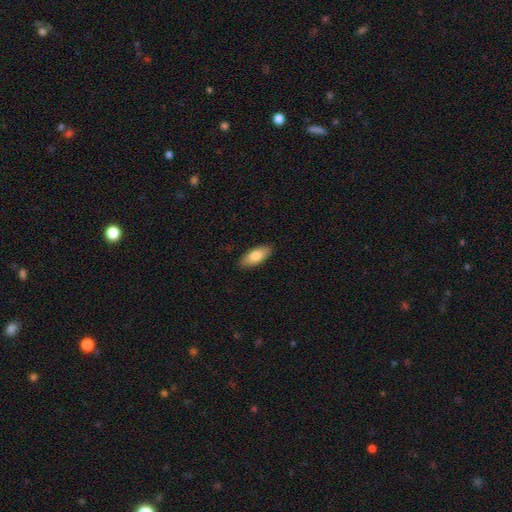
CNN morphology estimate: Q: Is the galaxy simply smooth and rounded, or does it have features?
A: smooth — 80%.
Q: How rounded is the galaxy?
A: in between — 83%.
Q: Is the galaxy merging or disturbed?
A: none — 88%.